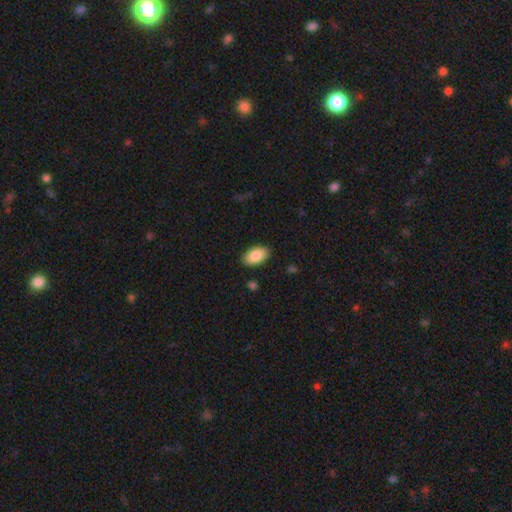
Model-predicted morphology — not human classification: The model was most divided on "merging": none: 88%, minor disturbance: 9%, major disturbance: 2%, merger: 1%. More confident: how rounded — in between (95%); smooth or featured — smooth (87%).